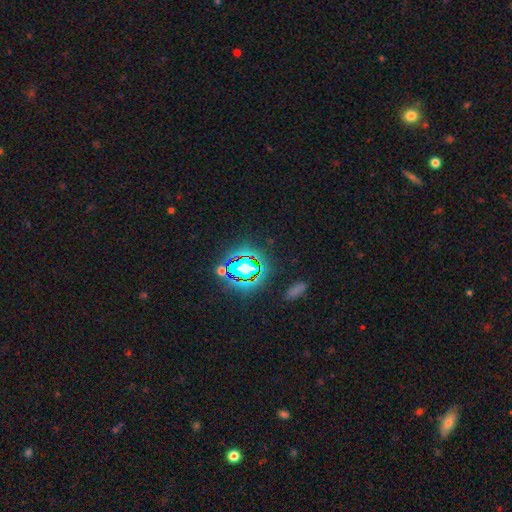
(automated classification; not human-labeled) Smooth or featured: star or artifact — 81% (smooth — 11%)